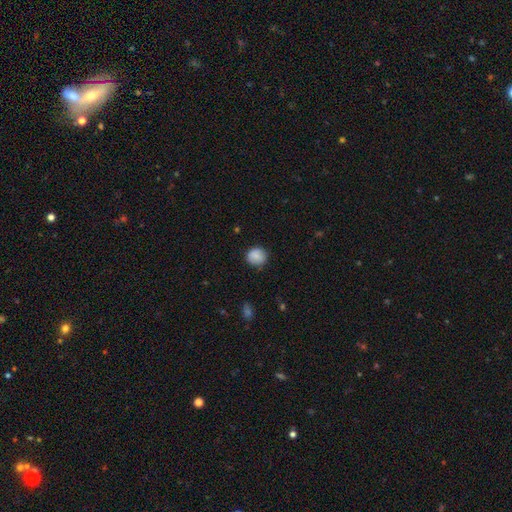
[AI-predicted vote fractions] Smooth or featured? Predicted: smooth (p=0.84). How rounded? Predicted: round (p=0.85). Merging? Predicted: none (p=0.80).